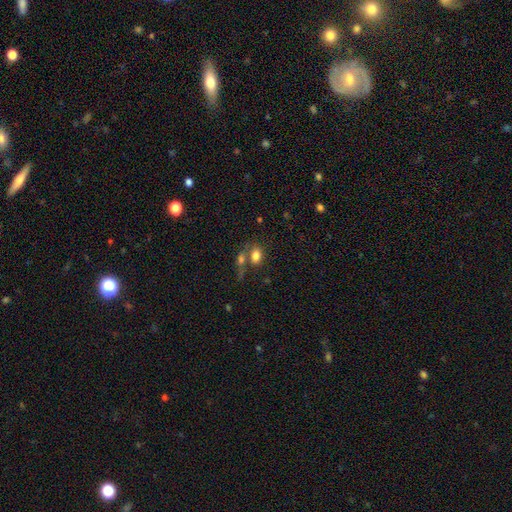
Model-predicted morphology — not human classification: Q: Smooth or featured?
A: smooth (80%); runner-up: featured or disk (10%)
Q: How rounded?
A: in between (79%); runner-up: round (19%)
Q: Merging?
A: merger (42%); runner-up: none (40%)